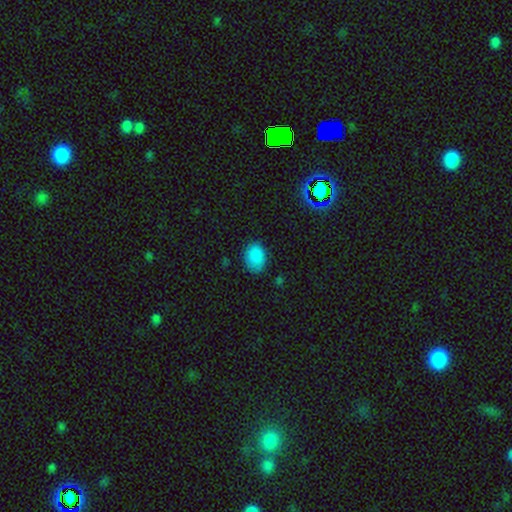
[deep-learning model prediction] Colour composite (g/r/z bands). It shows a smooth galaxy with no disk features (87%) that is in between round and cigar-shaped (70%). Merging: none (79%).